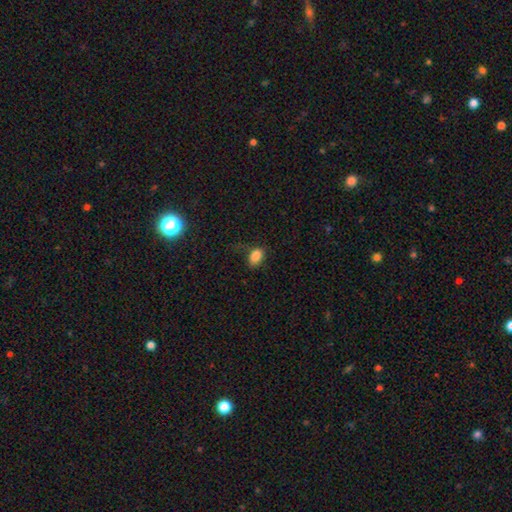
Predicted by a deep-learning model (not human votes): This appears to be a smooth galaxy with no disk features (84%) that is in between round and cigar-shaped (84%). Merging: none (61%).